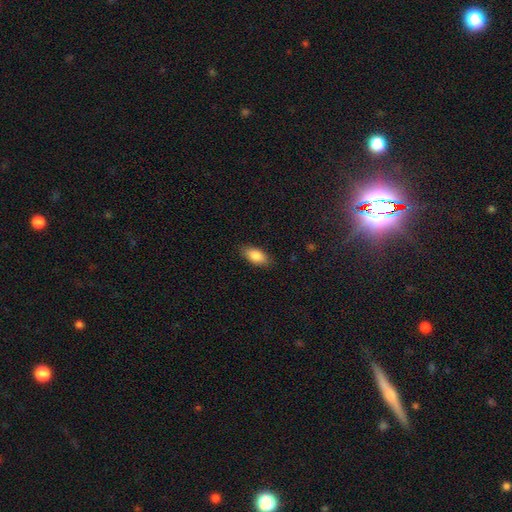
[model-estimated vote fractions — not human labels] Smooth or featured?
  - smooth: 86% *
  - featured or disk: 7%
  - star or artifact: 7%
How rounded?
  - in between: 90% *
  - cigar-shaped: 7%
  - round: 3%
Merging?
  - none: 86% *
  - minor disturbance: 11%
  - major disturbance: 2%
  - merger: 1%